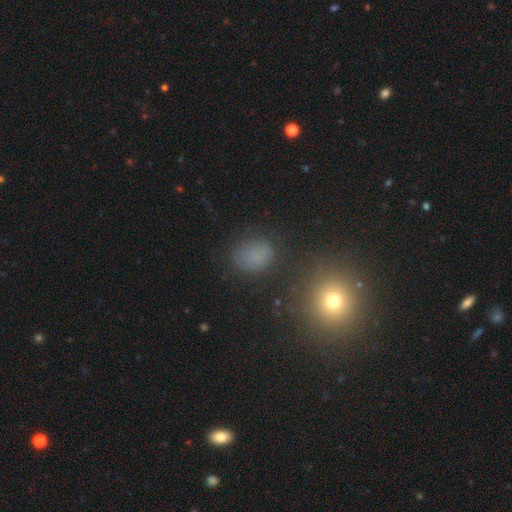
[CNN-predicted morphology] A smooth galaxy with no disk features (70%) that is in between round and cigar-shaped (55%). Merging: none (74%).